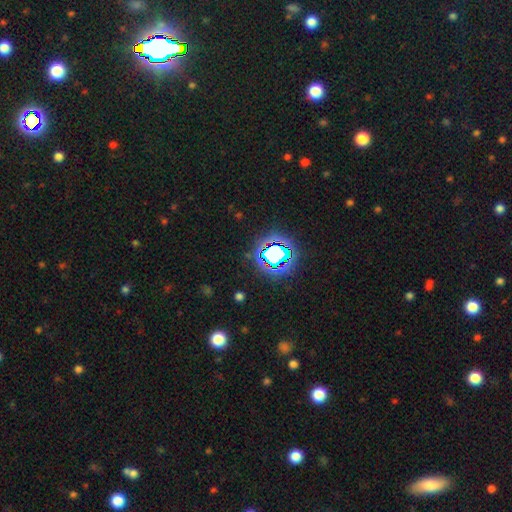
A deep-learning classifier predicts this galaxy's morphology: A star or artifact, not a galaxy (80%).

Vote fractions:
- Smooth or featured? star or artifact: 80% / smooth: 13% / featured or disk: 7%